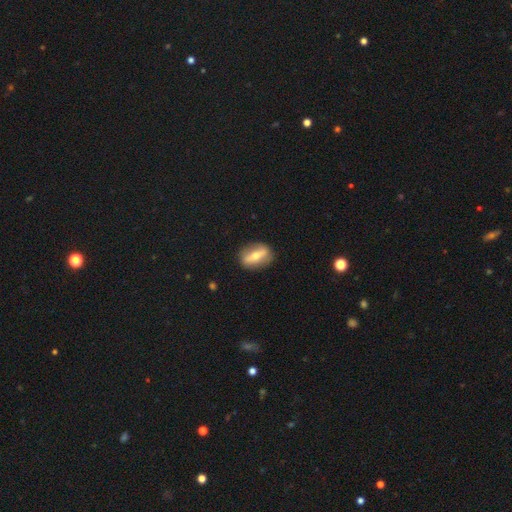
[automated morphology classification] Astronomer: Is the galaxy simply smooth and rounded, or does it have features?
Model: featured or disk — 58% (runner-up: smooth, 35%).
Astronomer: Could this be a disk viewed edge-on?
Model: no — 61% (runner-up: yes, 39%).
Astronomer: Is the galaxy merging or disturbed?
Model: none — 85%.